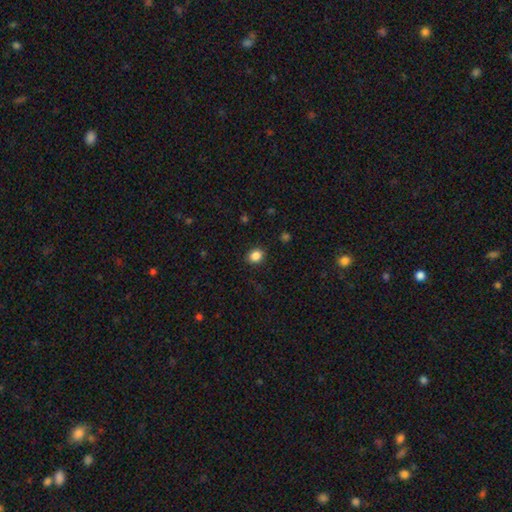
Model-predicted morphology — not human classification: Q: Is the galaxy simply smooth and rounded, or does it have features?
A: smooth — 86%.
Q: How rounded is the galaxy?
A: round — 59%.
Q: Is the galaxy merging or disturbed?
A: none — 89%.